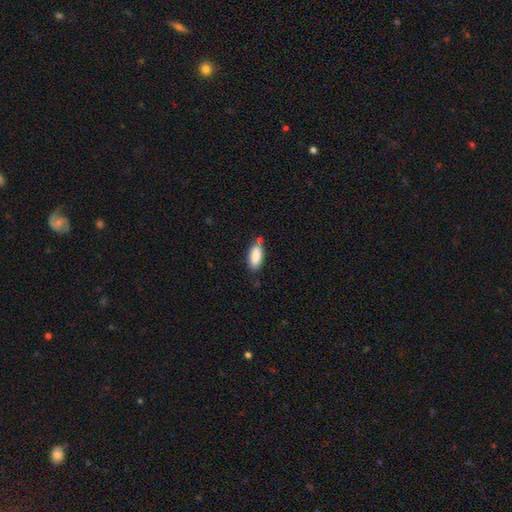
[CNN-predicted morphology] type=smooth (87%); roundness=in between (82%); merging=none (68%).